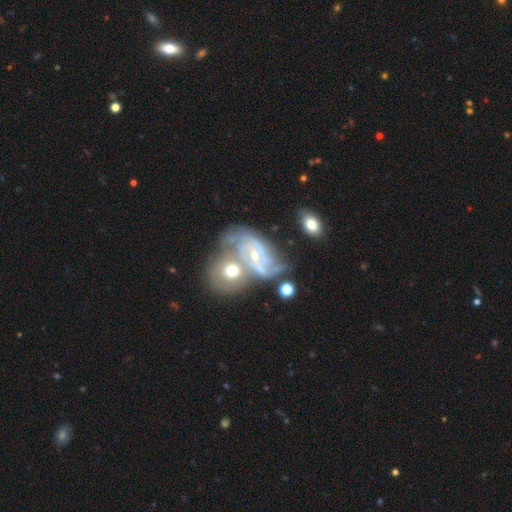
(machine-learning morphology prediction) Overall: featured or disk (83%). Edge-on disk: no (97%). Bar: no (54%; weak 34%). Spiral arms: yes (95%). Spiral arm count: 2 (32%; 3 28%). Spiral winding: tight (43%, tied with medium). Bulge size: small (62%; moderate 34%). Merging: merger (37%; none 36%).